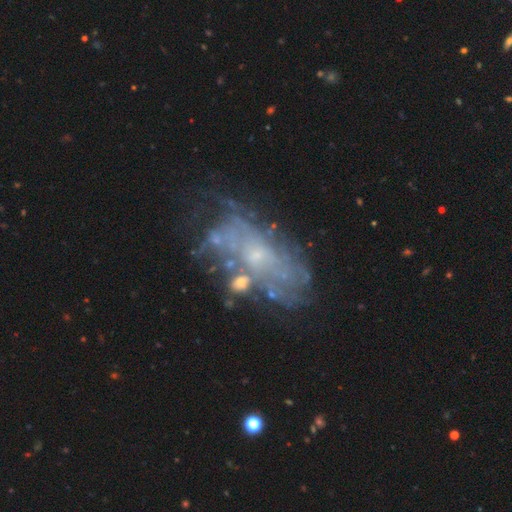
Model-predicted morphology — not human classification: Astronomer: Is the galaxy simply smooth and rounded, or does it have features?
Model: featured or disk — 73%.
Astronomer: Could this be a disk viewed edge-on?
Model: no — 94%.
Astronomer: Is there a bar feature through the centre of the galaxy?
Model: no — 80%.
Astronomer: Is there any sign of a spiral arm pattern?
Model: yes — 52% (runner-up: no, 48%).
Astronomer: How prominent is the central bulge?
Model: small — 68%.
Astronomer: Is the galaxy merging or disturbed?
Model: none — 53%.